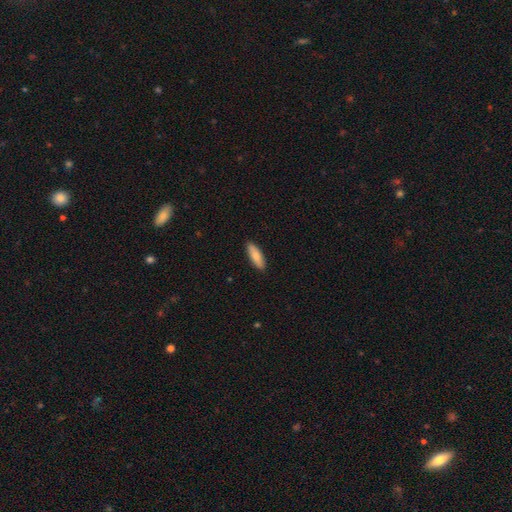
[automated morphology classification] A smooth galaxy with no disk features (79%) that is in between round and cigar-shaped (51%). Merging: none (90%).